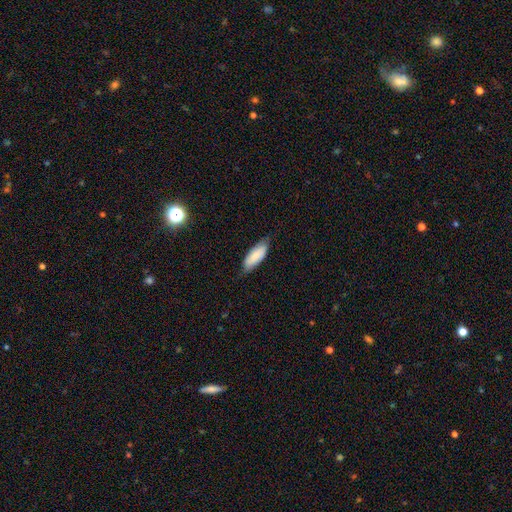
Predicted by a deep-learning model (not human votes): Smooth or featured? Predicted: smooth (p=0.84). How rounded? Predicted: in between (p=0.73). Merging? Predicted: none (p=0.74).